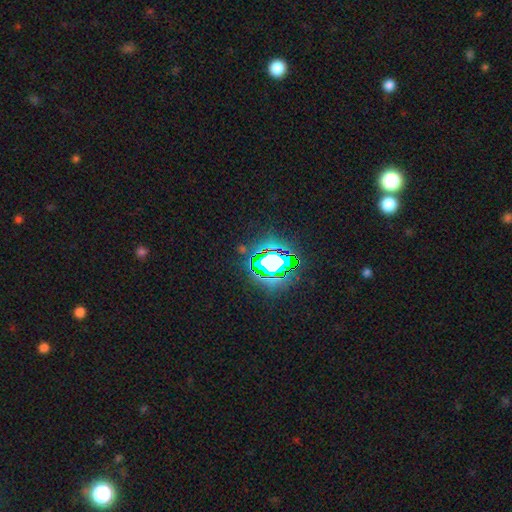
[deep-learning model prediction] This is clearly a star or artifact rather than a galaxy (84%).